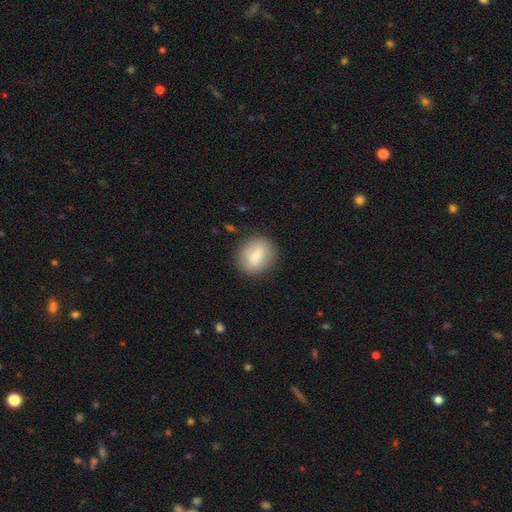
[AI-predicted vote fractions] Smooth or featured? smooth (70%)
How rounded? round (67%)
Merging? none (81%)